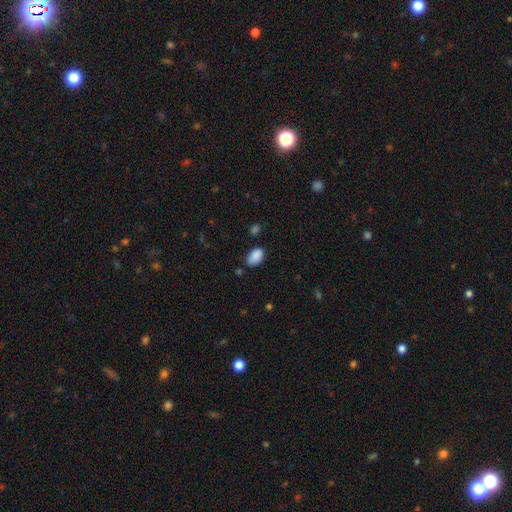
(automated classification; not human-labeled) Smooth or featured: smooth — 89% (star or artifact — 8%)
How rounded: in between — 92% (round — 6%)
Merging: none — 75% (minor disturbance — 18%)